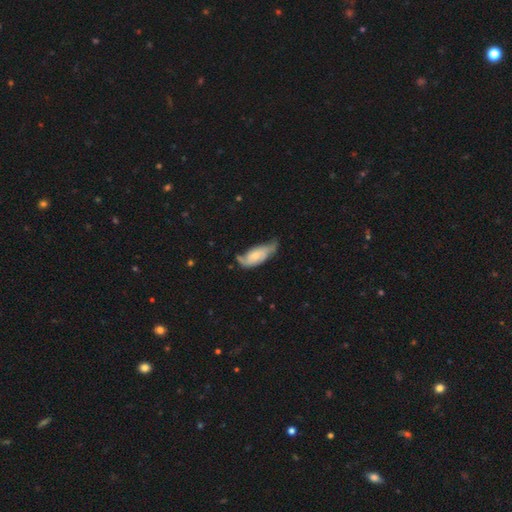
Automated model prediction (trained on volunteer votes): Smooth or featured?
  - featured or disk: 51% *
  - smooth: 43%
  - star or artifact: 6%
Edge-on disk?
  - no: 87% *
  - yes: 13%
Merging?
  - none: 40% *
  - minor disturbance: 39%
  - major disturbance: 17%
  - merger: 3%